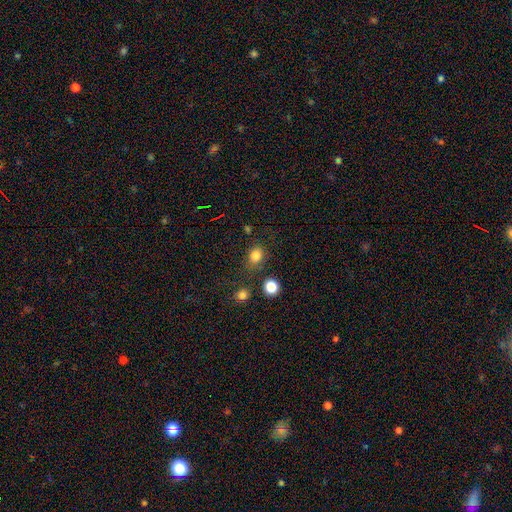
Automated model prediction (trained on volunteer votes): smooth-or-featured: smooth: 82% | star or artifact: 13% | featured or disk: 5%
  how-rounded: round: 61% | in between: 38% | cigar-shaped: 1%
  merging: none: 72% | minor disturbance: 16% | merger: 7% | major disturbance: 6%